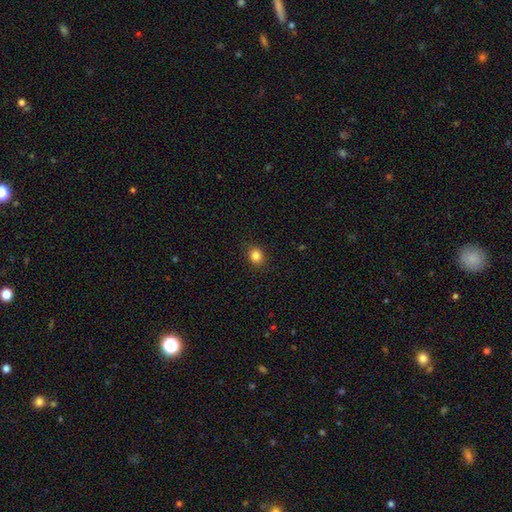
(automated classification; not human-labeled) The model was most divided on "how rounded": round: 74%, in between: 25%, cigar-shaped: 1%. More confident: merging — none (88%); smooth or featured — smooth (84%).